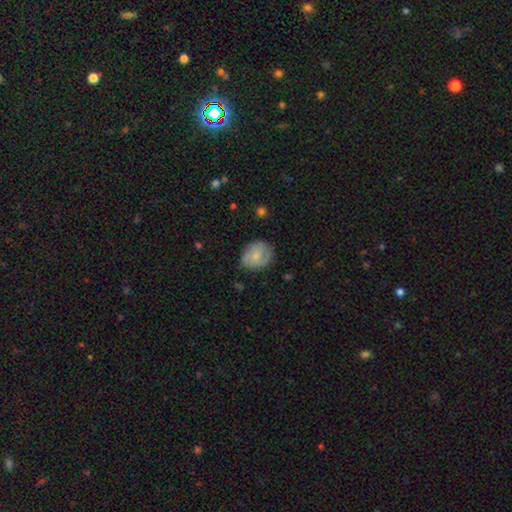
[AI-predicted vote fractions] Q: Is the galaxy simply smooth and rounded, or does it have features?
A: smooth — 54%.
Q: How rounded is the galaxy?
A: round — 60%.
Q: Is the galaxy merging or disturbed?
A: none — 73%.